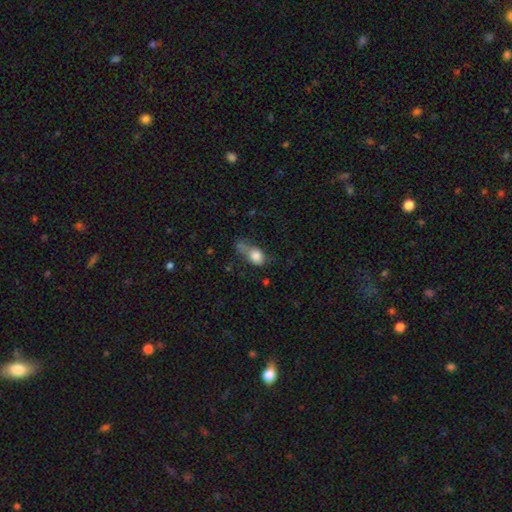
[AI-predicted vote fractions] smooth-or-featured: smooth: 78% | featured or disk: 13% | star or artifact: 9%
  how-rounded: in between: 63% | round: 32% | cigar-shaped: 5%
  merging: none: 26% | major disturbance: 25% | merger: 24% | minor disturbance: 24%